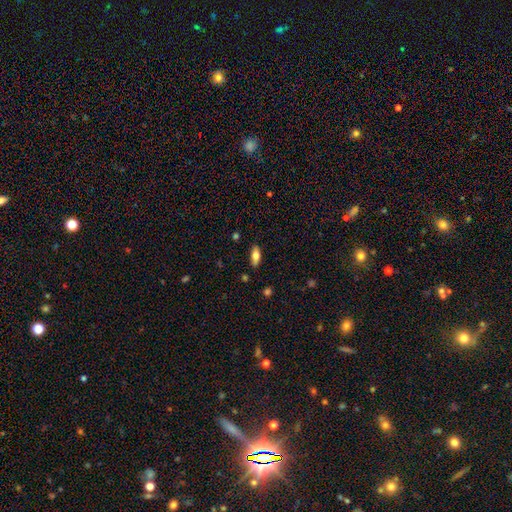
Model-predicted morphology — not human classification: type=smooth (75%); roundness=in between (80%); merging=none (86%).